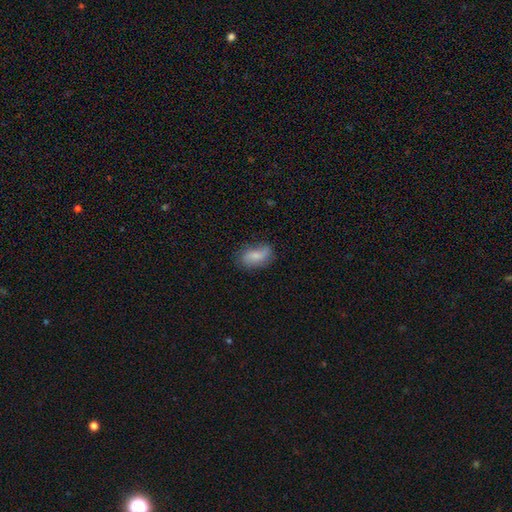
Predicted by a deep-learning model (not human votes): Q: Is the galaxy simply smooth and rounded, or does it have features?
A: smooth — 68%.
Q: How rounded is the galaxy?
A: in between — 90%.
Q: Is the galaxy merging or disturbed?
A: none — 67%.